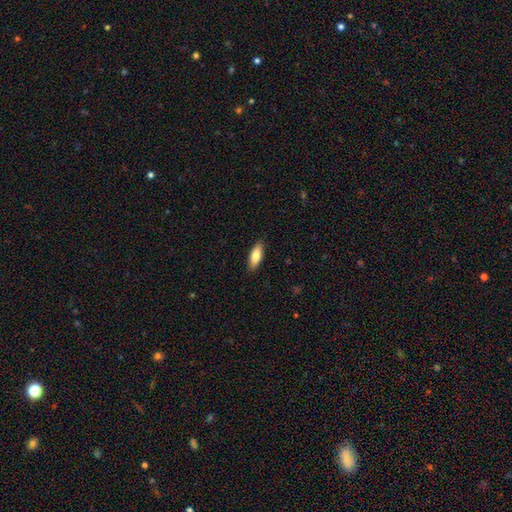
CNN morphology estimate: The model was most divided on "how rounded": in between: 72%, cigar-shaped: 26%, round: 2%. More confident: merging — none (88%); smooth or featured — smooth (79%).